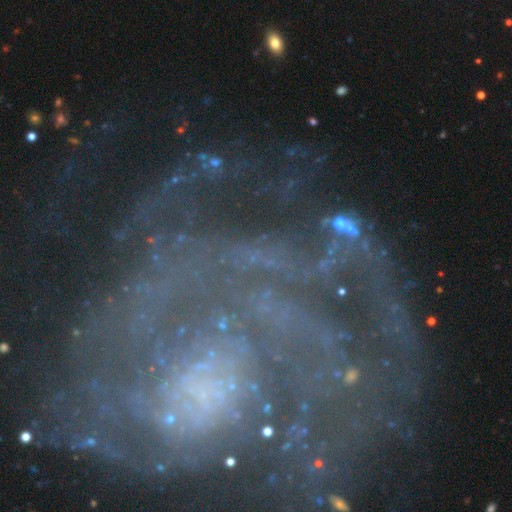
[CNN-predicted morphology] A featured or disk galaxy (75%) with no bar (58%), tight (62%) spiral arms (89%) and a small central bulge (43%).

Vote fractions:
- Smooth or featured? featured or disk: 75% / star or artifact: 16% / smooth: 9%
- Edge-on disk? no: 97% / yes: 3%
- Bar? no: 58% / weak: 24% / strong: 18%
- Spiral arms? yes: 89% / no: 11%
- Spiral winding? tight: 62% / medium: 26% / loose: 12%
- Spiral arm count? can't tell: 30% / 2: 20% / 3: 15% / more than 4: 12% / 4: 12% / 1: 11%
- Bulge size? small: 43% / none: 29% / moderate: 17% / large: 8% / dominant: 4%
- Merging? none: 62% / major disturbance: 18% / minor disturbance: 16% / merger: 4%